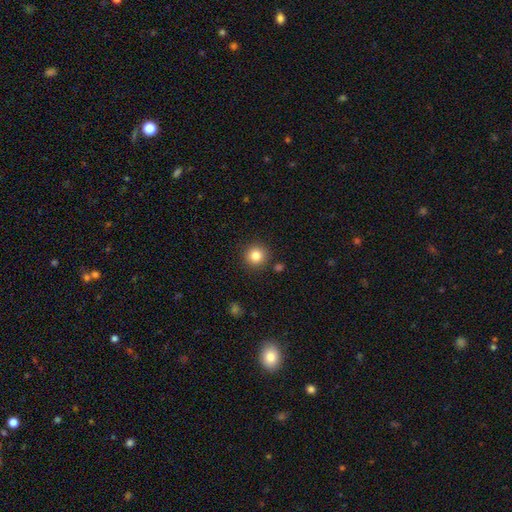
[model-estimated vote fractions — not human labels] smooth 83%, star or artifact 11%, featured or disk 6%. Down the decision tree: how rounded — round (95%); merging — none (89%).